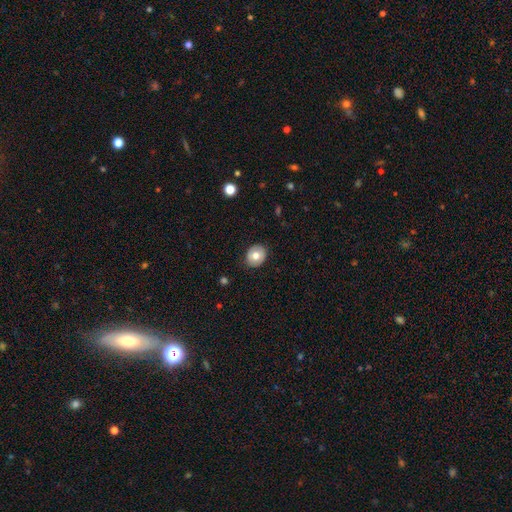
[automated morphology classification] This is likely a smooth galaxy (71%). How rounded: likely round (63%). Merging: clearly none (86%).